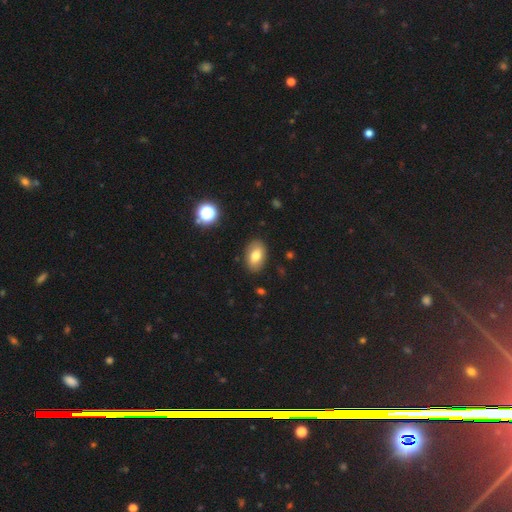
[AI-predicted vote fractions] smooth 75%, featured or disk 15%, star or artifact 9%. Down the decision tree: how rounded — in between (88%); merging — none (87%).